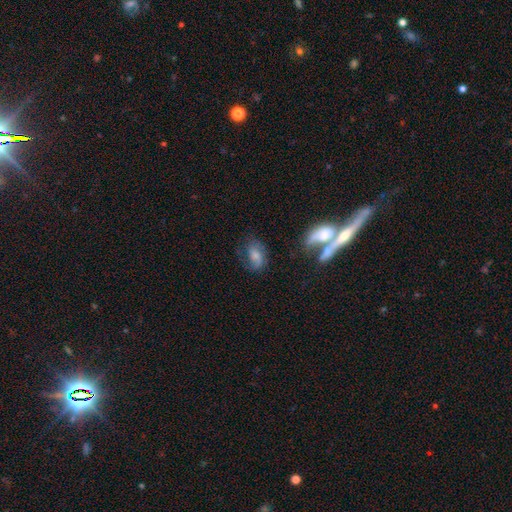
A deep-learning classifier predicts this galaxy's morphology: This appears to be a smooth galaxy with no disk features (53%) that is in between round and cigar-shaped (85%). Merging: none (53%).